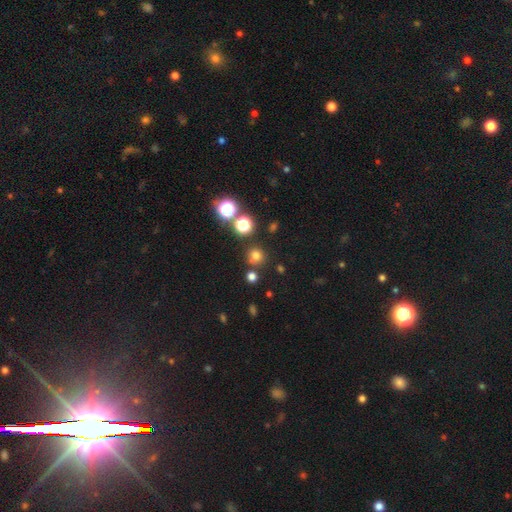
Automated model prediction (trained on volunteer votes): The model was most divided on "smooth or featured": smooth: 71%, star or artifact: 23%, featured or disk: 6%. More confident: how rounded — round (92%); merging — none (81%).